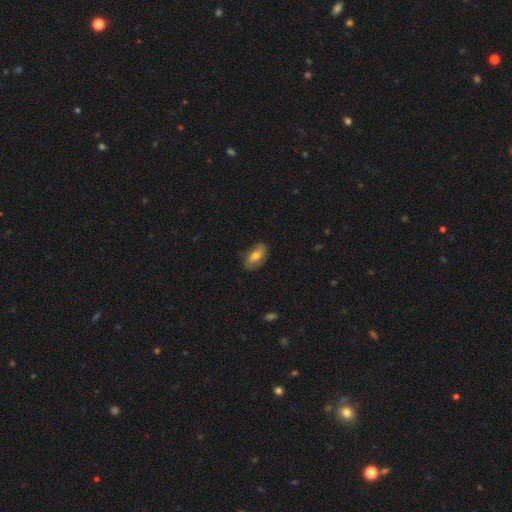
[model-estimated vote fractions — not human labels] The model was most divided on "smooth or featured": smooth: 47%, featured or disk: 46%, star or artifact: 7%. More confident: merging — none (77%).